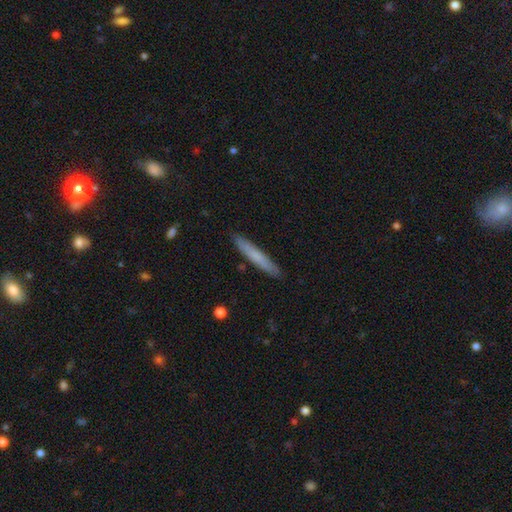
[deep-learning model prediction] This appears to be a smooth galaxy with no disk features (69%) that is cigar-shaped (95%). Merging: none (89%).